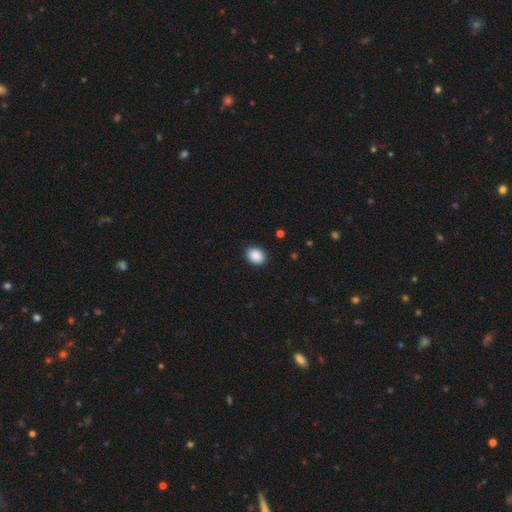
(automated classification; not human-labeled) Morphology: type=smooth (89%); roundness=in between (53%); merging=none (90%).